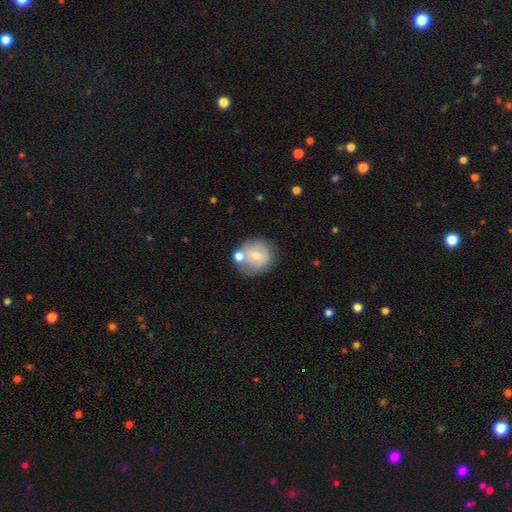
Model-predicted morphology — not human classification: Smooth or featured? Predicted: smooth (p=0.63). How rounded? Predicted: round (p=0.86). Merging? Predicted: none (p=0.57).